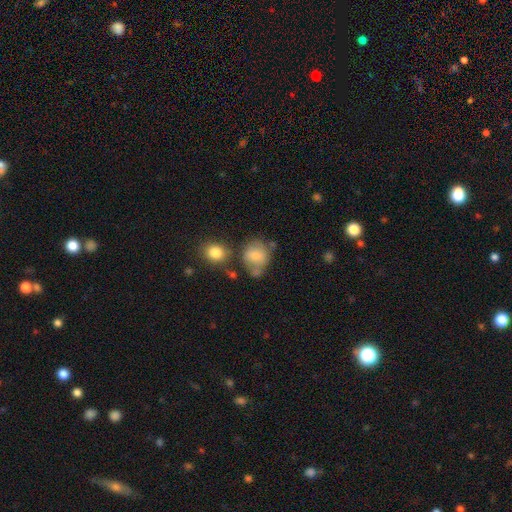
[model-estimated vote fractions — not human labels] This is likely a smooth galaxy (74%). How rounded: likely round (60%). Merging: marginally none (45%).